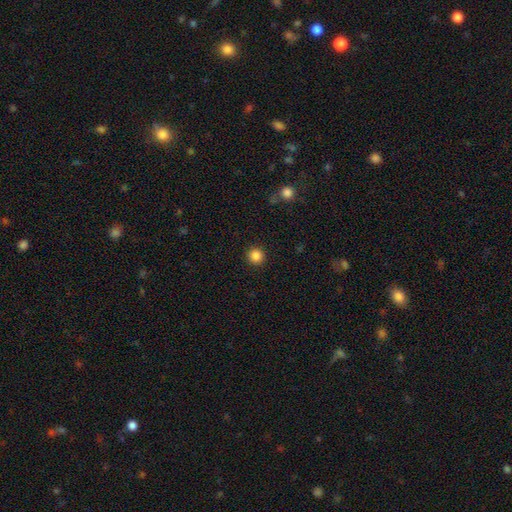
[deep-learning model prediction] Morphology: type=smooth (86%); roundness=round (95%); merging=none (93%).